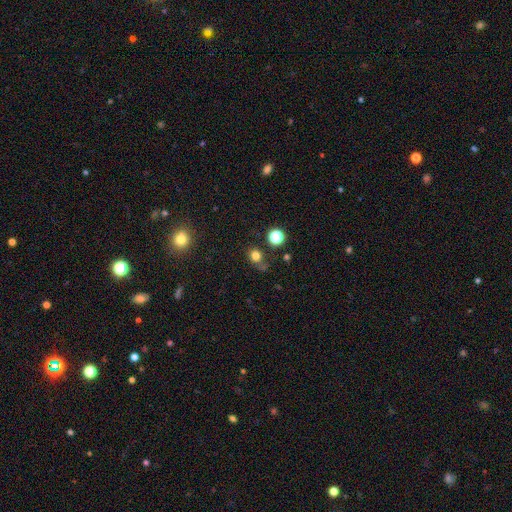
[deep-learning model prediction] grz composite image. It shows a smooth galaxy with no disk features (75%) that is round (80%). Merging: none (65%).